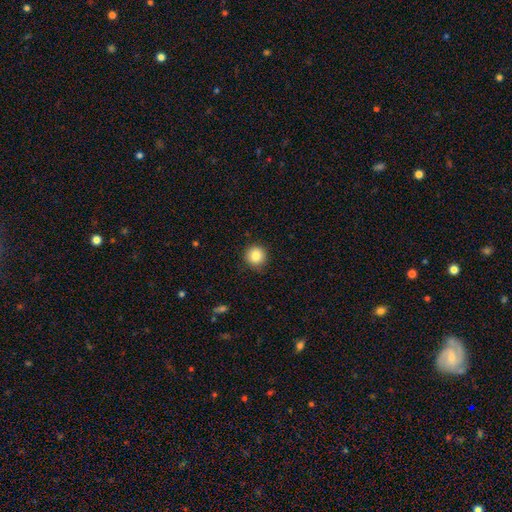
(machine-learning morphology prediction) Smooth or featured?
  - smooth: 85% *
  - star or artifact: 10%
  - featured or disk: 5%
How rounded?
  - round: 94% *
  - in between: 5%
  - cigar-shaped: 1%
Merging?
  - none: 88% *
  - minor disturbance: 9%
  - major disturbance: 2%
  - merger: 1%